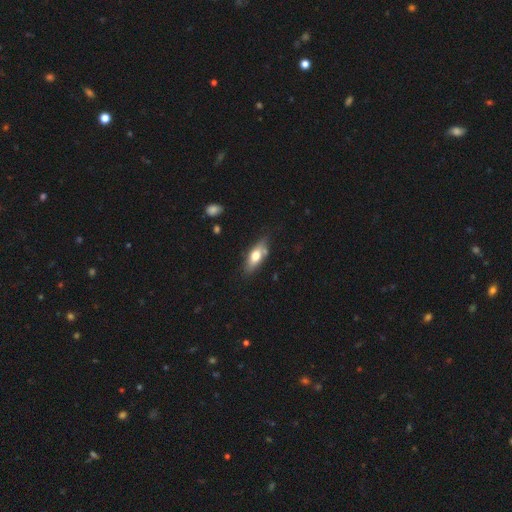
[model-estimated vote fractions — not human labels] The model was most divided on "smooth or featured": smooth: 65%, featured or disk: 29%, star or artifact: 6%. More confident: how rounded — in between (74%); merging — none (71%).